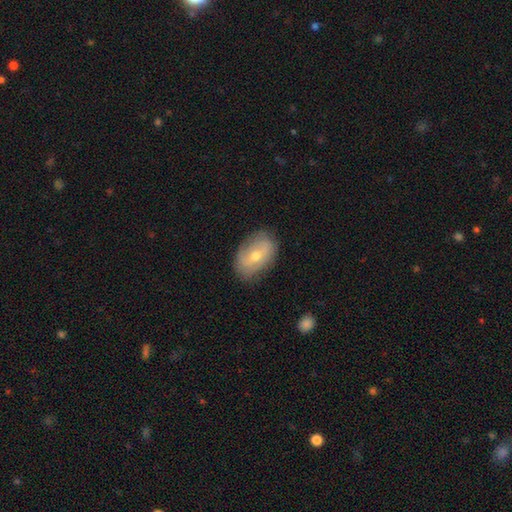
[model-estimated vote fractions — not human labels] Morphology: type=smooth (47%); merging=none (78%).